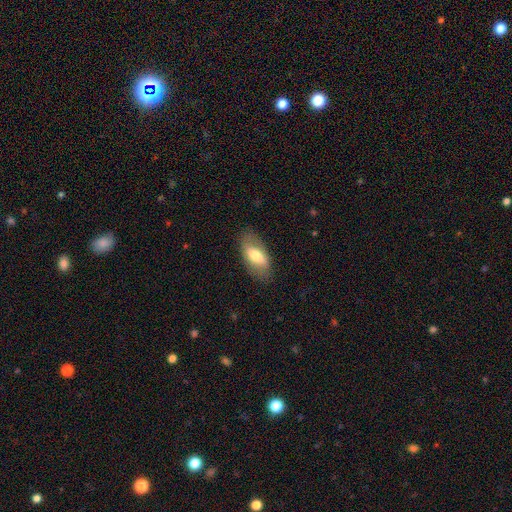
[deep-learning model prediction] Smooth or featured: smooth — 64% (featured or disk — 30%)
How rounded: in between — 90% (cigar-shaped — 6%)
Merging: none — 80% (minor disturbance — 15%)